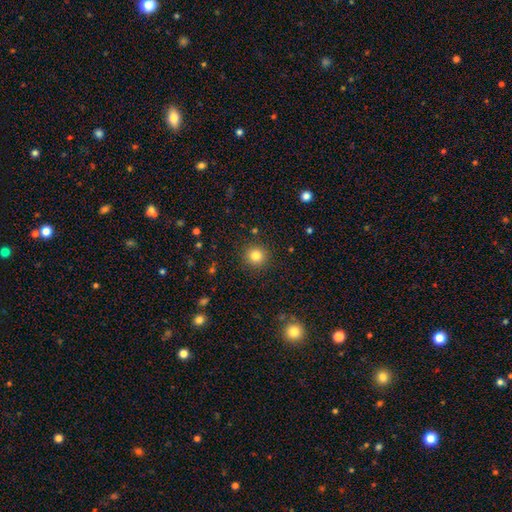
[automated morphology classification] Smooth or featured: smooth — 82% (star or artifact — 12%)
How rounded: round — 94% (in between — 6%)
Merging: none — 90% (minor disturbance — 6%)